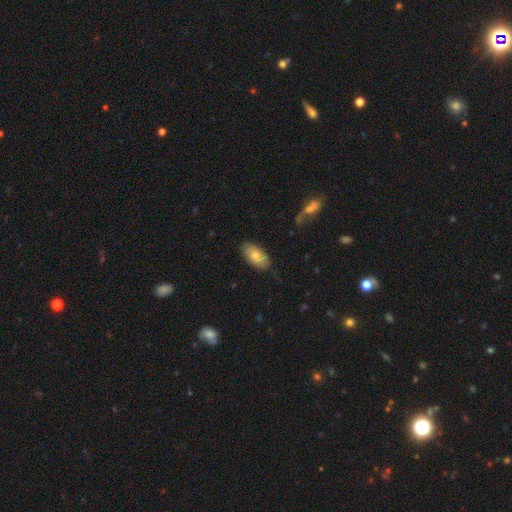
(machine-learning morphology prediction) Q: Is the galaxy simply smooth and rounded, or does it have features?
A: smooth — 75%.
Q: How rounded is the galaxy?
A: in between — 93%.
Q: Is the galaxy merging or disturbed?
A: none — 83%.